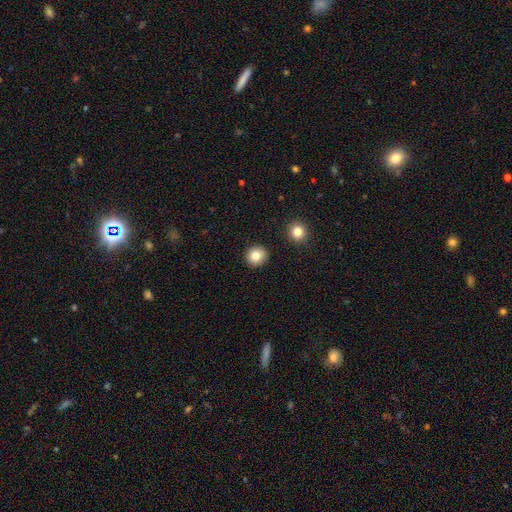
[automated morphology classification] smooth 83%, star or artifact 10%, featured or disk 7%. Down the decision tree: how rounded — round (92%); merging — none (91%).